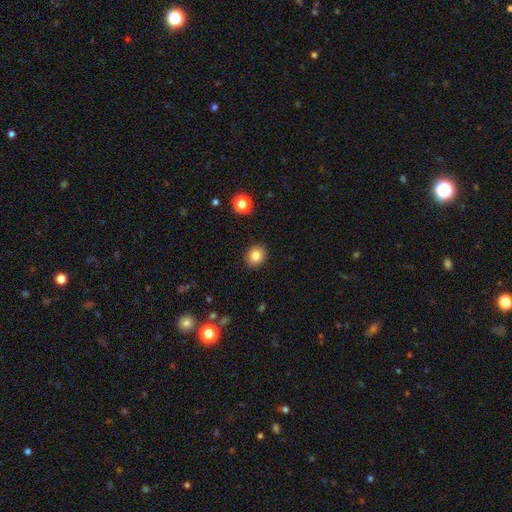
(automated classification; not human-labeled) Morphology: type=smooth (83%); roundness=round (74%); merging=none (90%).